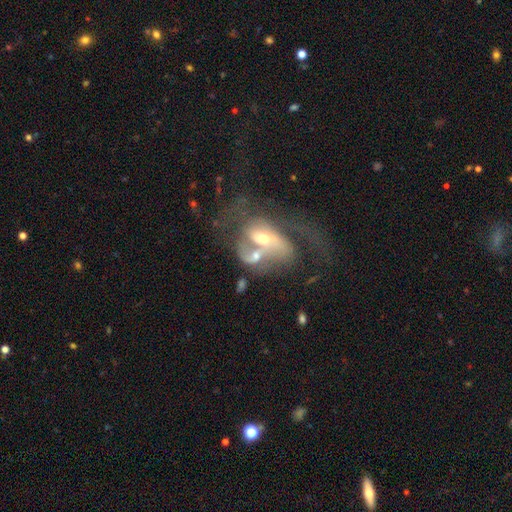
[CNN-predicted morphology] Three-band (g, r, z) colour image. It shows a featured or disk galaxy (65%) with no bar (63%), spiral arms (59%) and a moderate central bulge (56%). Merging: merger (64%).